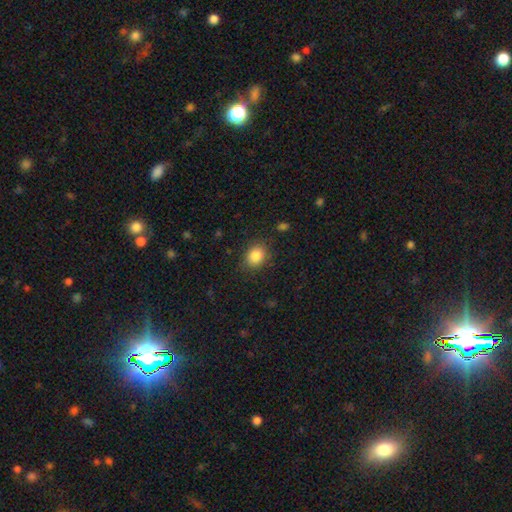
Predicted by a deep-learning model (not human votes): A smooth galaxy with no disk features (85%) that is round (50%).

Vote fractions:
- Smooth or featured? smooth: 85% / star or artifact: 9% / featured or disk: 5%
- How rounded? round: 50% / in between: 49% / cigar-shaped: 1%
- Merging? none: 84% / minor disturbance: 11% / major disturbance: 3% / merger: 1%